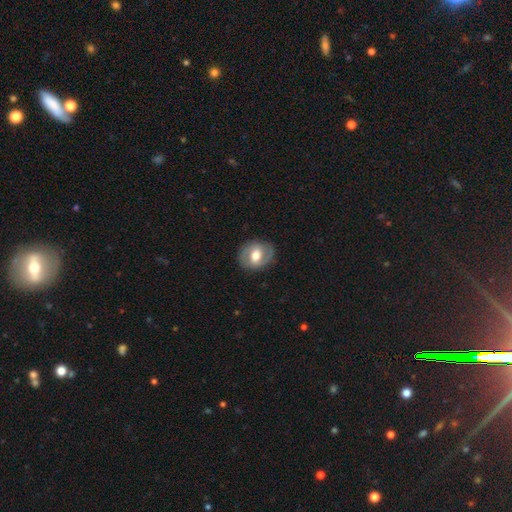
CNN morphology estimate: smooth_or_featured: featured or disk (p=0.52) [alt: smooth p=0.41]
disk_edge_on: no (p=0.96) [alt: yes p=0.04]
bar: weak (p=0.40) [alt: no p=0.38]
has_spiral_arms: yes (p=0.56) [alt: no p=0.44]
bulge_size: moderate (p=0.65) [alt: large p=0.24]
merging: none (p=0.83) [alt: minor disturbance p=0.12]